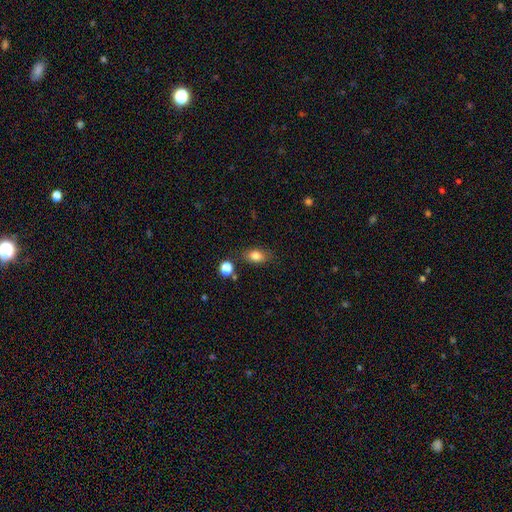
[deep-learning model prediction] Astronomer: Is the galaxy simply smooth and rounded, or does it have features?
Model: smooth — 81%.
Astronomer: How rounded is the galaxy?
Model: in between — 81%.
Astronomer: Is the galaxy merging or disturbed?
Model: none — 79%.